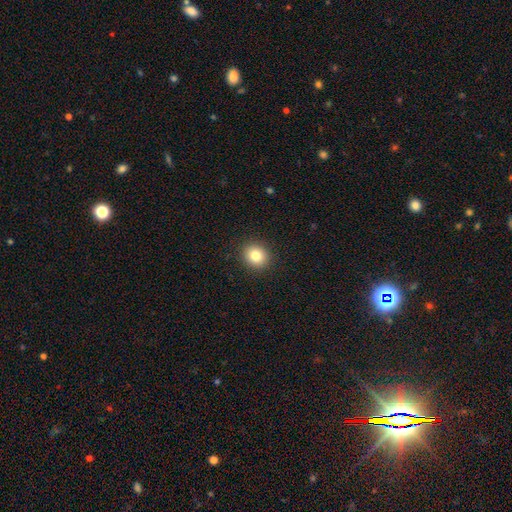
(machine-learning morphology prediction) A smooth galaxy with no disk features (83%) that is round (79%). Merging: none (91%).